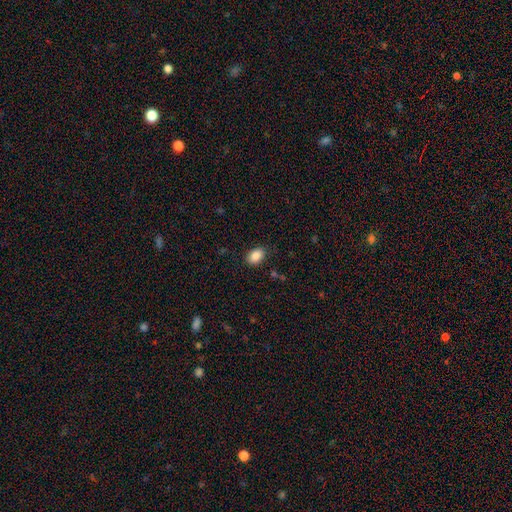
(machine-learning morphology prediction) Smooth or featured: smooth — 88% (star or artifact — 8%)
How rounded: in between — 84% (round — 15%)
Merging: none — 85% (minor disturbance — 11%)